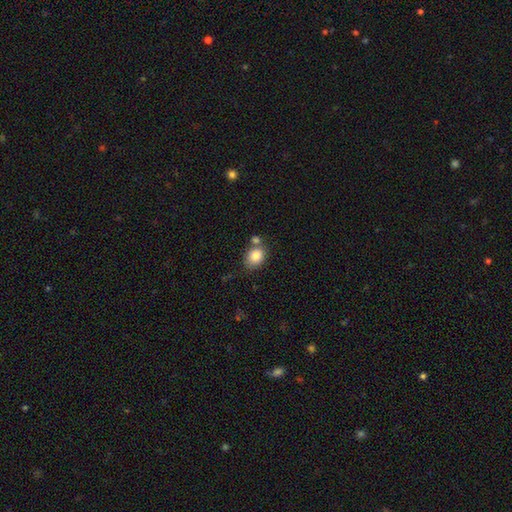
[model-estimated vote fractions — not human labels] Smooth or featured? smooth (84%)
How rounded? in between (52%)
Merging? none (60%)